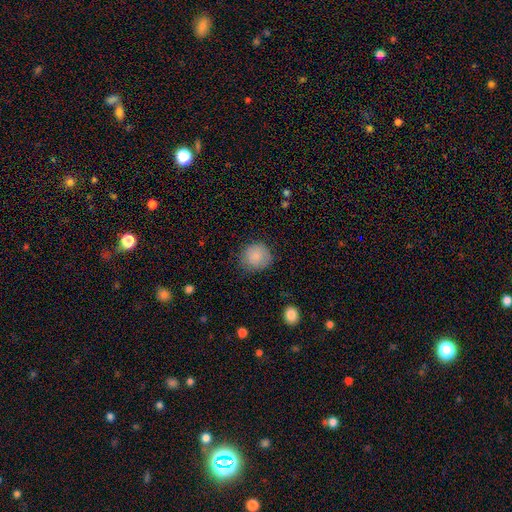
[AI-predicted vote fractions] Smooth or featured: smooth — 85% (star or artifact — 8%)
How rounded: round — 86% (in between — 13%)
Merging: none — 76% (minor disturbance — 18%)